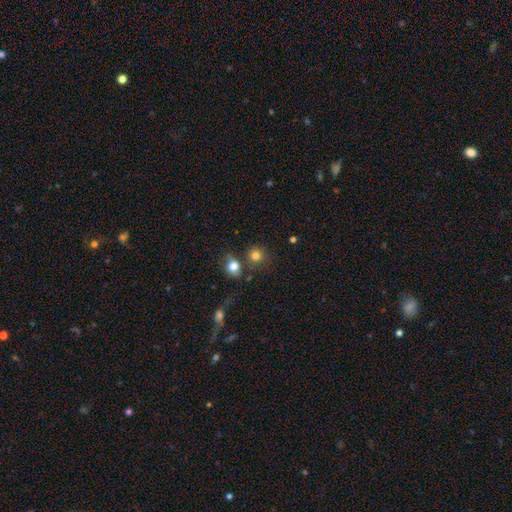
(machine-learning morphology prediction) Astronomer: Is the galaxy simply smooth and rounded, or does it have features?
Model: smooth — 79%.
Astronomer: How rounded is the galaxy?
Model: round — 87%.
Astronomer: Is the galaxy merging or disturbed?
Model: none — 70%.